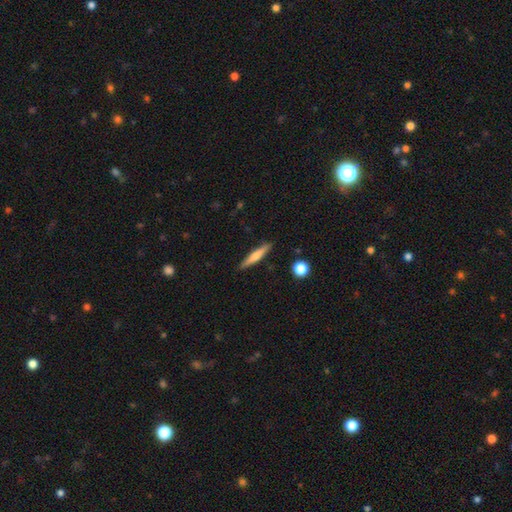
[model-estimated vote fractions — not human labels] Smooth or featured? smooth (53%)
How rounded? cigar-shaped (91%)
Merging? none (89%)